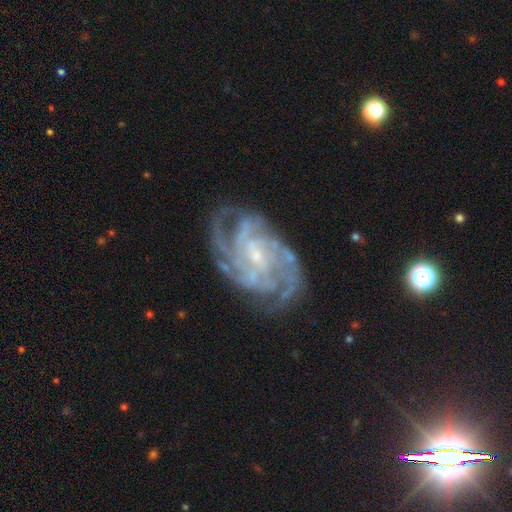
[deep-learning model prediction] Morphology: type=featured or disk (90%); edge-on=no (97%); bar=no (49%); spiral arms=yes (98%); winding=tight (61%); arm count=4 (31%); bulge=small (76%); merging=none (74%).